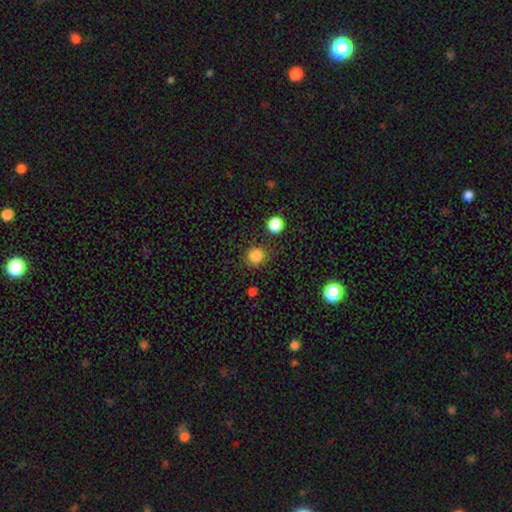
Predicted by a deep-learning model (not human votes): A smooth galaxy with no disk features (84%) that is round (89%).

Vote fractions:
- Smooth or featured? smooth: 84% / star or artifact: 12% / featured or disk: 4%
- How rounded? round: 89% / in between: 10% / cigar-shaped: 1%
- Merging? none: 84% / minor disturbance: 9% / merger: 4% / major disturbance: 3%